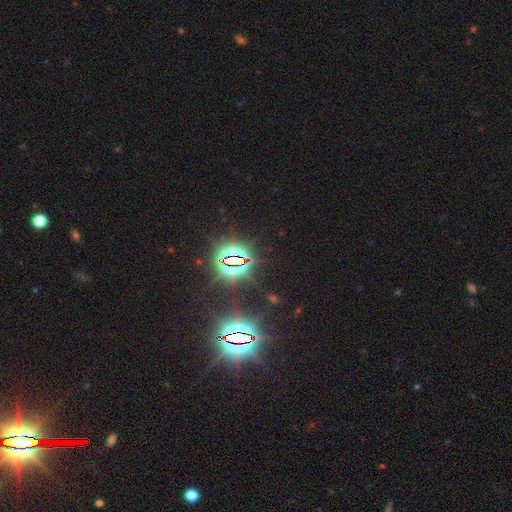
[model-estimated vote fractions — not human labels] A star or artifact, not a galaxy (84%).

Vote fractions:
- Smooth or featured? star or artifact: 84% / smooth: 10% / featured or disk: 6%